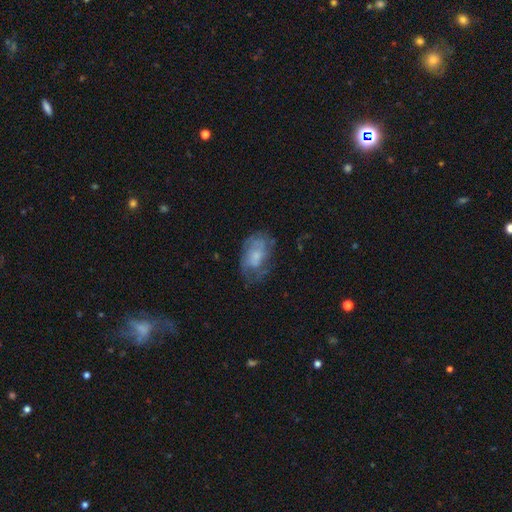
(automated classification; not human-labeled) The model was most divided on "smooth or featured": featured or disk: 51%, smooth: 40%, star or artifact: 8%. More confident: edge-on disk — no (96%); merging — none (55%).